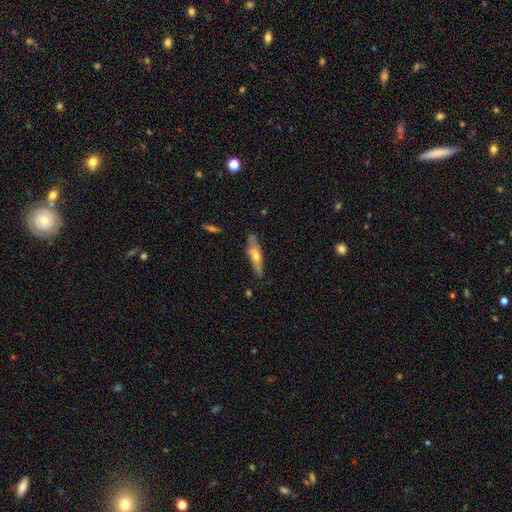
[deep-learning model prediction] smooth_or_featured: featured or disk (p=0.49) [alt: smooth p=0.44]
merging: none (p=0.70) [alt: minor disturbance p=0.23]